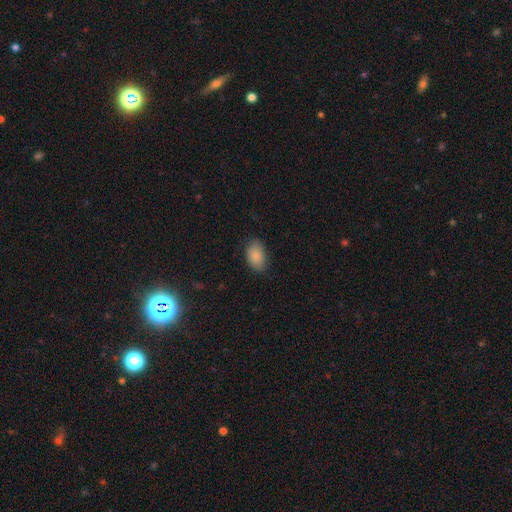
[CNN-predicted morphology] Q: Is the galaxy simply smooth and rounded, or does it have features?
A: smooth — 87%.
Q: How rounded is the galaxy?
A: in between — 90%.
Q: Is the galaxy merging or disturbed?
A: none — 81%.